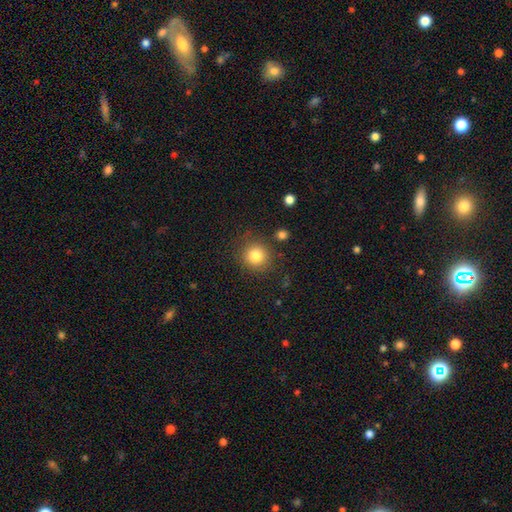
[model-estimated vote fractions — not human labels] smooth-or-featured: smooth: 82% | star or artifact: 11% | featured or disk: 7%
  how-rounded: round: 91% | in between: 8% | cigar-shaped: 1%
  merging: none: 84% | minor disturbance: 9% | major disturbance: 3% | merger: 3%